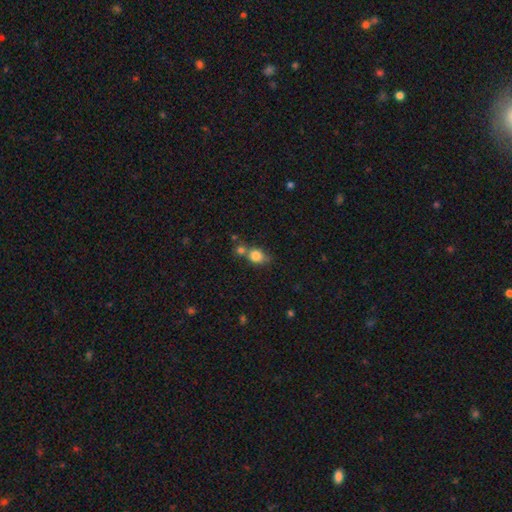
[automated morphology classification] Smooth or featured? Predicted: smooth (p=0.80). How rounded? Predicted: round (p=0.54). Merging? Predicted: none (p=0.41).